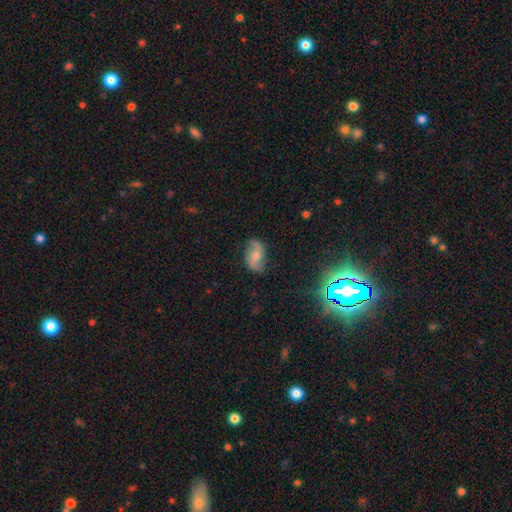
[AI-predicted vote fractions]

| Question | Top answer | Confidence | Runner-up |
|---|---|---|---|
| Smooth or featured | featured or disk | 64% | smooth (28%) |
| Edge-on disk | no | 96% | yes (4%) |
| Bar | no | 54% | weak (34%) |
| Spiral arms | yes | 87% | no (13%) |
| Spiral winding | loose | 63% | medium (27%) |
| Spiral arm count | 2 | 89% | can't tell (5%) |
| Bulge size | moderate | 60% | small (33%) |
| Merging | none | 75% | minor disturbance (18%) |